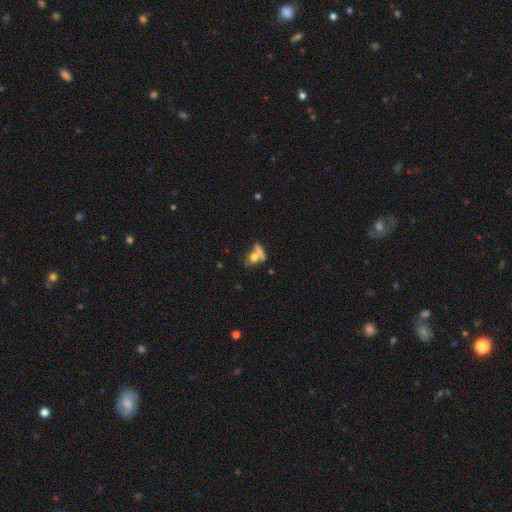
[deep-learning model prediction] Smooth or featured?
  - smooth: 60% *
  - featured or disk: 29%
  - star or artifact: 11%
How rounded?
  - in between: 51% *
  - round: 35%
  - cigar-shaped: 14%
Merging?
  - merger: 51% *
  - none: 28%
  - minor disturbance: 10%
  - major disturbance: 10%